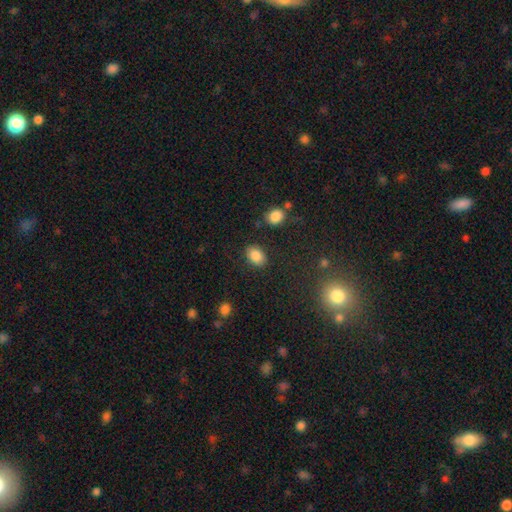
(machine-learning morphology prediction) Smooth or featured: smooth — 86% (star or artifact — 9%)
How rounded: in between — 77% (round — 22%)
Merging: none — 84% (minor disturbance — 10%)